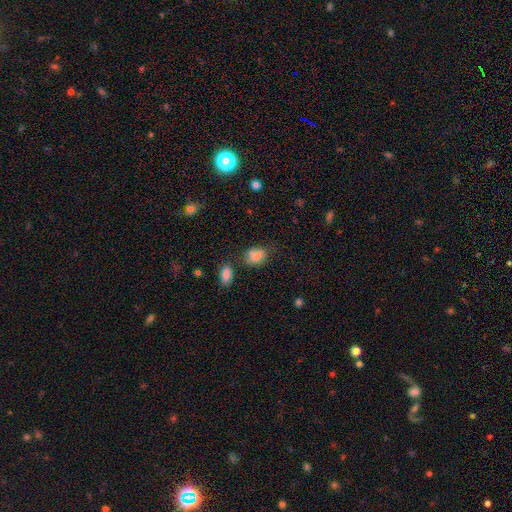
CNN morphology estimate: A smooth galaxy with no disk features (77%) that is in between round and cigar-shaped (67%). Merging: none (53%).